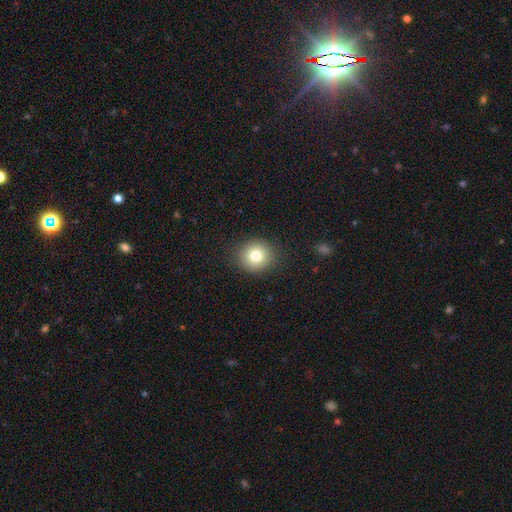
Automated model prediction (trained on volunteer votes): Morphology: type=smooth (80%); roundness=round (85%); merging=none (89%).